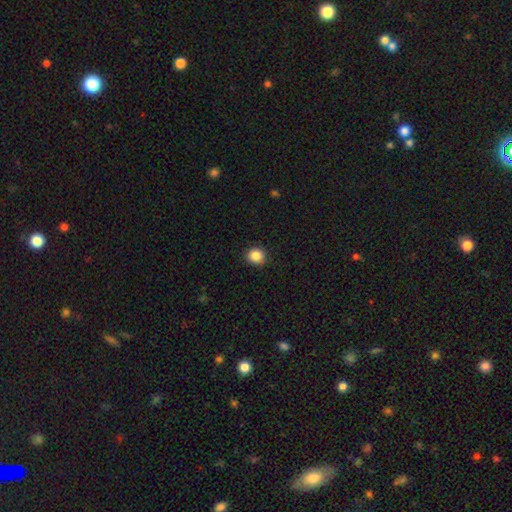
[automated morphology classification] The model was most divided on "how rounded": round: 87%, in between: 12%, cigar-shaped: 1%. More confident: merging — none (90%); smooth or featured — smooth (87%).